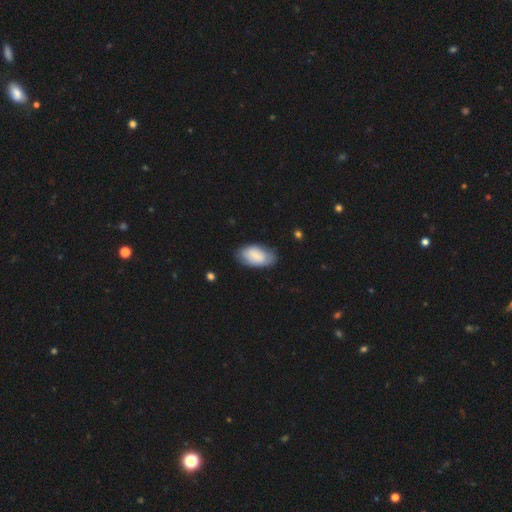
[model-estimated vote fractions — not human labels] Smooth or featured: smooth — 73% (featured or disk — 20%)
How rounded: in between — 94% (round — 3%)
Merging: none — 70% (minor disturbance — 23%)